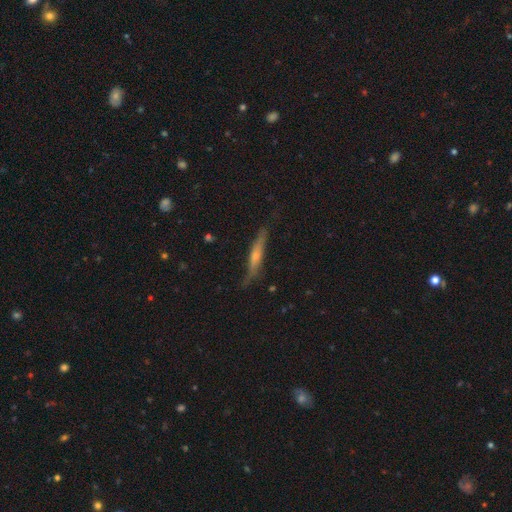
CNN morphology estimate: type=featured or disk (48%); merging=none (76%).